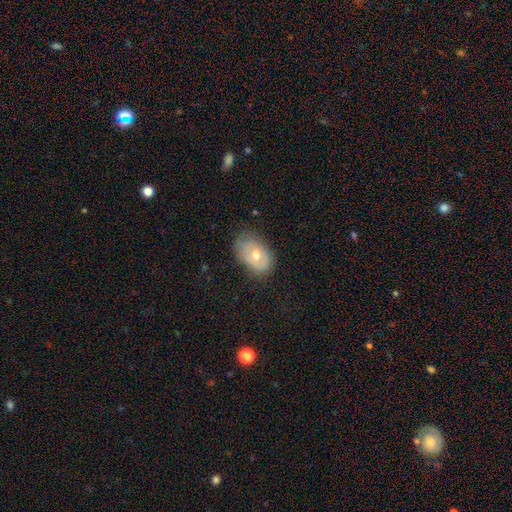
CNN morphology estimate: A smooth galaxy with no disk features (54%) that is in between round and cigar-shaped (83%).

Vote fractions:
- Smooth or featured? smooth: 54% / featured or disk: 37% / star or artifact: 9%
- How rounded? in between: 83% / round: 16% / cigar-shaped: 1%
- Merging? none: 67% / minor disturbance: 25% / major disturbance: 7% / merger: 1%